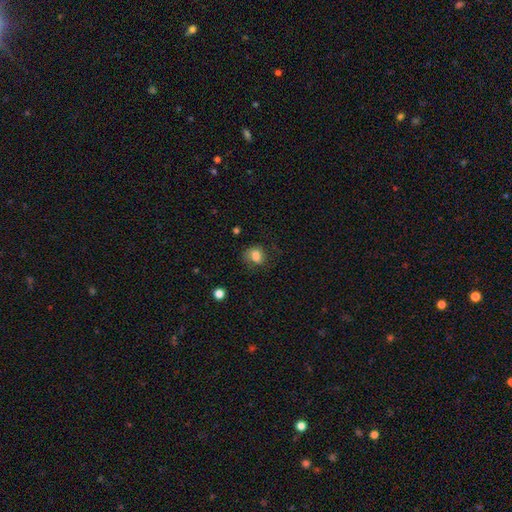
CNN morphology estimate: The model was most divided on "how rounded": in between: 52%, round: 47%, cigar-shaped: 1%. More confident: smooth or featured — smooth (77%); merging — none (56%).